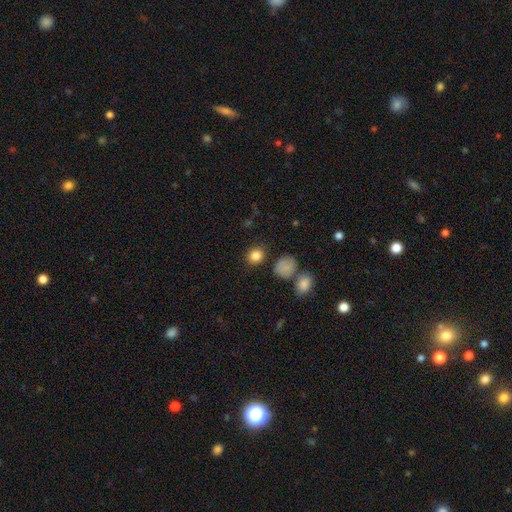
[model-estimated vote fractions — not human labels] Smooth or featured? smooth (85%)
How rounded? round (73%)
Merging? none (83%)